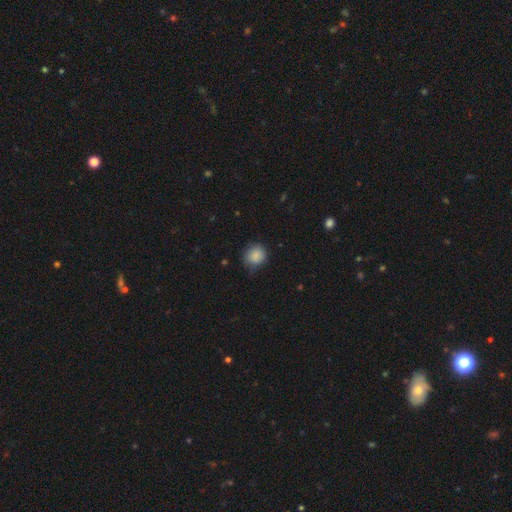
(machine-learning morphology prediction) smooth_or_featured: smooth (p=0.87) [alt: star or artifact p=0.09]
how_rounded: round (p=0.85) [alt: in between p=0.14]
merging: none (p=0.72) [alt: minor disturbance p=0.22]